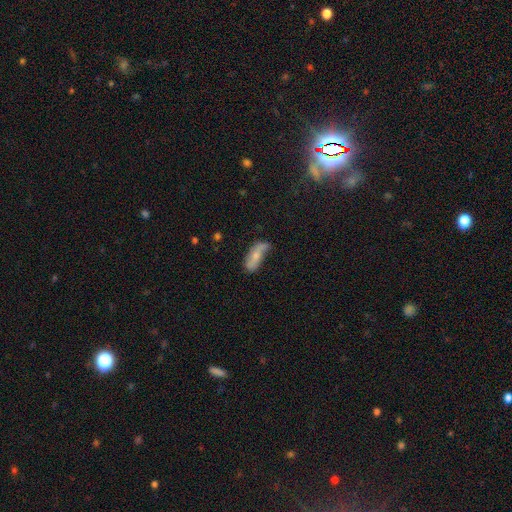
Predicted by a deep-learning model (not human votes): smooth_or_featured: smooth (p=0.55) [alt: featured or disk p=0.38]
how_rounded: in between (p=0.73) [alt: cigar-shaped p=0.24]
merging: none (p=0.41) [alt: minor disturbance p=0.37]